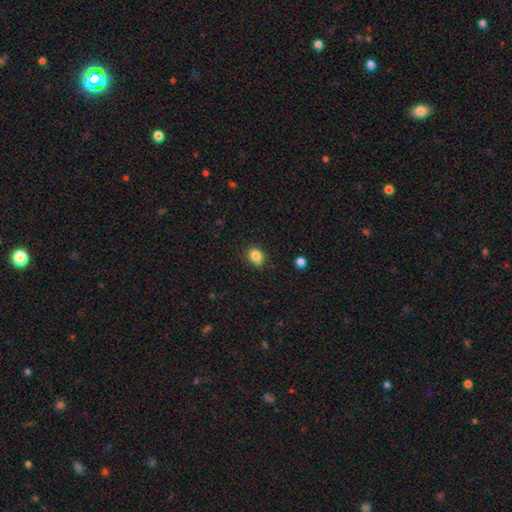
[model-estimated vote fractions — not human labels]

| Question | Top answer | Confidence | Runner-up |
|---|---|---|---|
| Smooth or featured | smooth | 84% | star or artifact (10%) |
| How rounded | round | 51% | in between (48%) |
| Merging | none | 76% | minor disturbance (19%) |